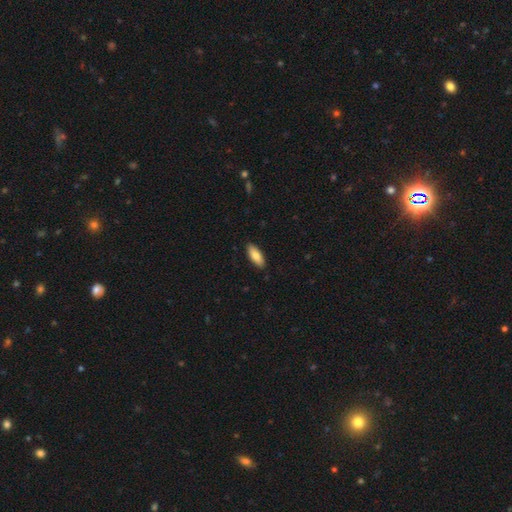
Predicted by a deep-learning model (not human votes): Smooth or featured? smooth (82%)
How rounded? in between (78%)
Merging? none (89%)